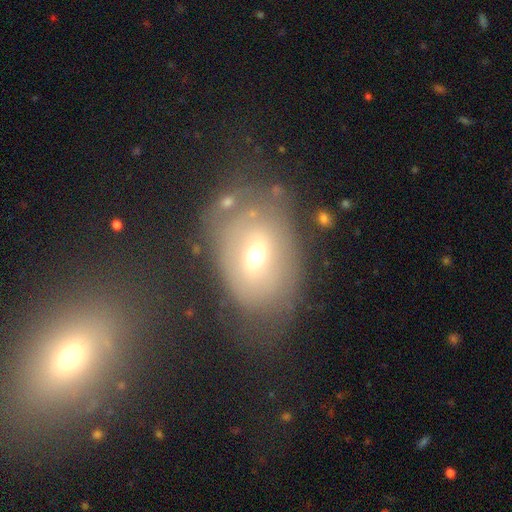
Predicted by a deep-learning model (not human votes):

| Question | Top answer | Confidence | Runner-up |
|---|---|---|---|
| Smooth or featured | smooth | 49% | featured or disk (39%) |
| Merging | none | 52% | minor disturbance (23%) |